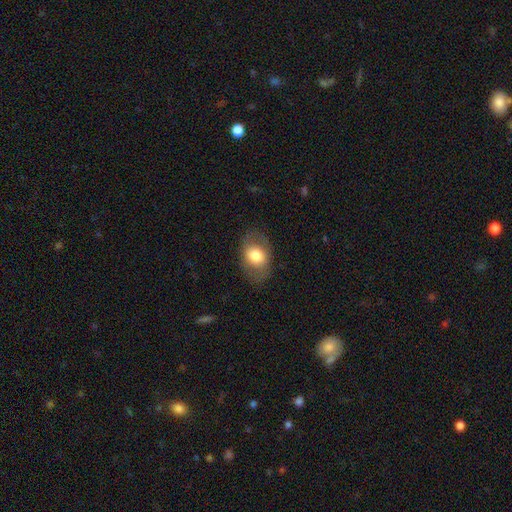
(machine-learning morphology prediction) A smooth galaxy with no disk features (69%) that is in between round and cigar-shaped (76%).

Vote fractions:
- Smooth or featured? smooth: 69% / featured or disk: 23% / star or artifact: 7%
- How rounded? in between: 76% / round: 23% / cigar-shaped: 1%
- Merging? none: 78% / minor disturbance: 14% / major disturbance: 7% / merger: 1%